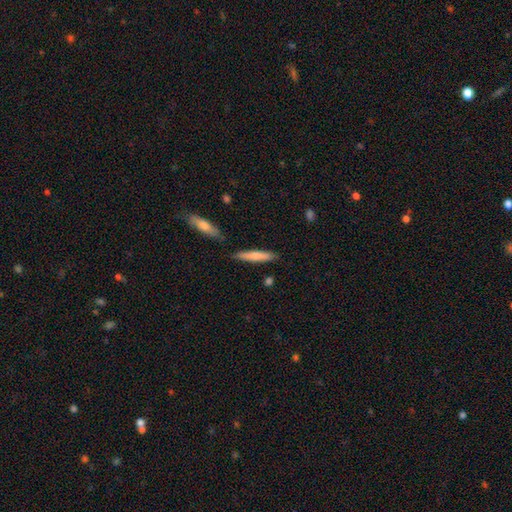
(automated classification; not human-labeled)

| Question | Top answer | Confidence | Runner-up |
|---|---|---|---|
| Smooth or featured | smooth | 75% | featured or disk (20%) |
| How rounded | cigar-shaped | 90% | in between (9%) |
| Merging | none | 83% | minor disturbance (11%) |